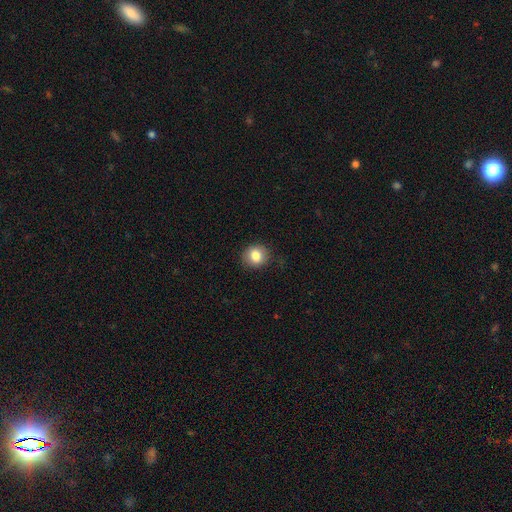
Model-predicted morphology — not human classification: Smooth or featured: smooth — 83% (star or artifact — 9%)
How rounded: round — 81% (in between — 18%)
Merging: none — 84% (minor disturbance — 12%)